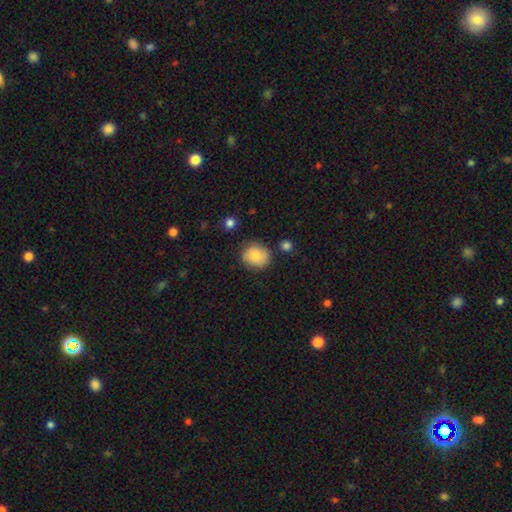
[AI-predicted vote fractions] smooth_or_featured: smooth (p=0.78) [alt: featured or disk p=0.14]
how_rounded: round (p=0.76) [alt: in between p=0.24]
merging: none (p=0.76) [alt: minor disturbance p=0.17]